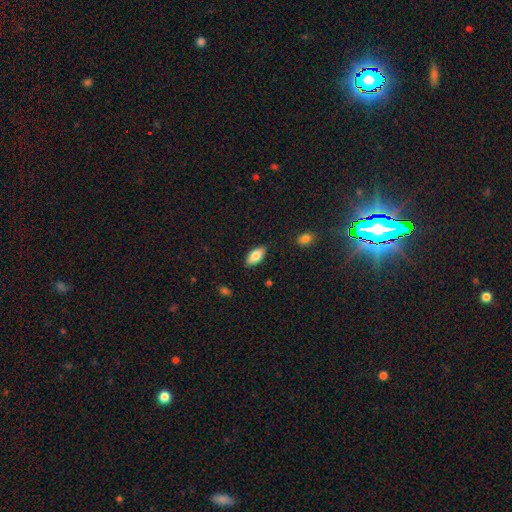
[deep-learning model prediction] A smooth galaxy with no disk features (82%) that is in between round and cigar-shaped (89%). Merging: none (86%).